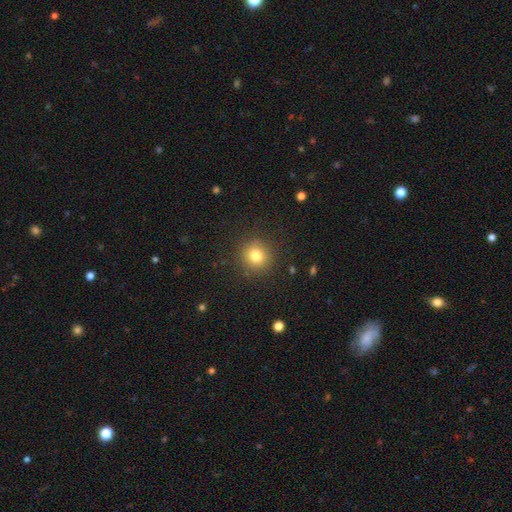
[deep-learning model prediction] Smooth or featured? Predicted: smooth (p=0.79). How rounded? Predicted: round (p=0.93). Merging? Predicted: none (p=0.90).